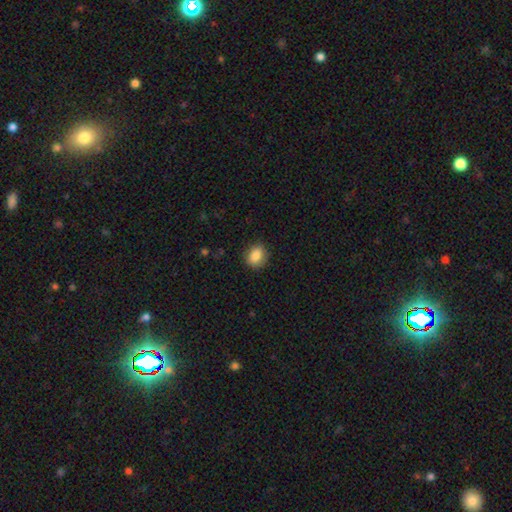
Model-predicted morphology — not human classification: Smooth or featured? smooth (85%)
How rounded? round (54%)
Merging? none (85%)